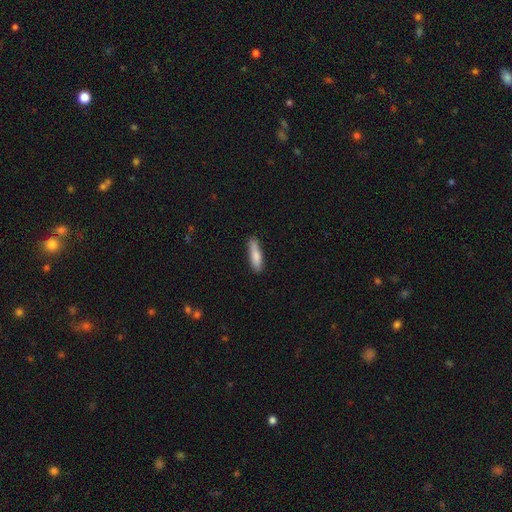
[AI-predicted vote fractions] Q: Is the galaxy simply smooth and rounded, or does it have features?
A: smooth — 82%.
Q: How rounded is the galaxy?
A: cigar-shaped — 75%.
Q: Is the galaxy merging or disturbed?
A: none — 79%.